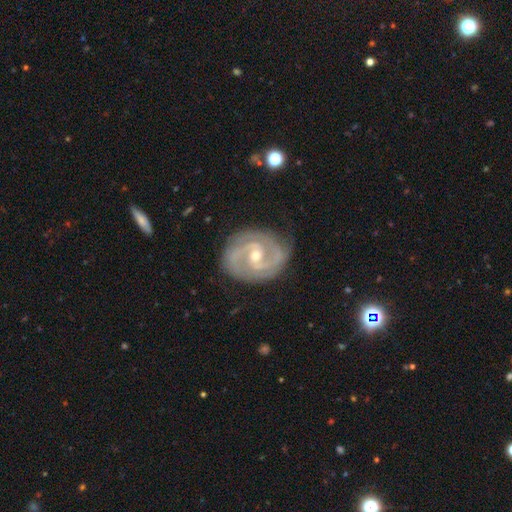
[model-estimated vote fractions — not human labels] Smooth or featured? Predicted: featured or disk (p=0.92). Edge-on disk? Predicted: no (p=0.98). Bar? Predicted: weak (p=0.47). Spiral arms? Predicted: yes (p=0.98). Spiral winding? Predicted: tight (p=0.53). Spiral arm count? Predicted: 2 (p=0.82). Bulge size? Predicted: moderate (p=0.49). Merging? Predicted: none (p=0.82).